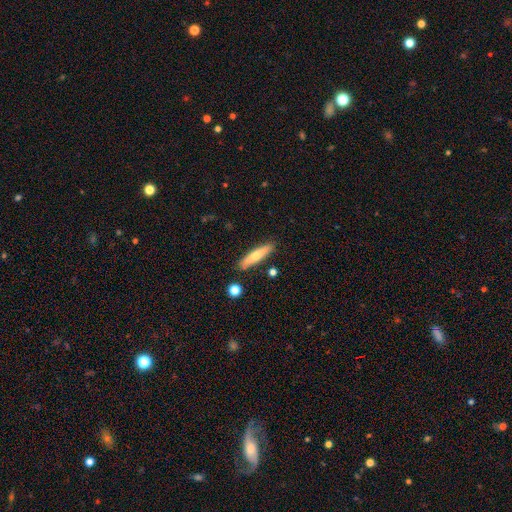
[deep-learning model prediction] A smooth galaxy with no disk features (61%) that is cigar-shaped (84%). Merging: none (87%).